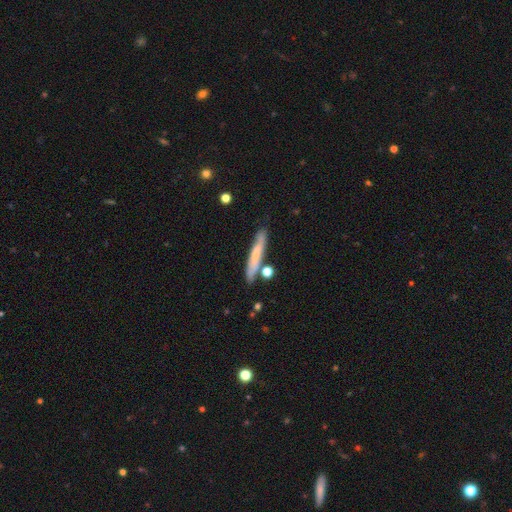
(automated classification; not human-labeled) Q: Smooth or featured?
A: smooth (57%); runner-up: featured or disk (36%)
Q: How rounded?
A: cigar-shaped (92%); runner-up: in between (6%)
Q: Merging?
A: none (75%); runner-up: minor disturbance (15%)